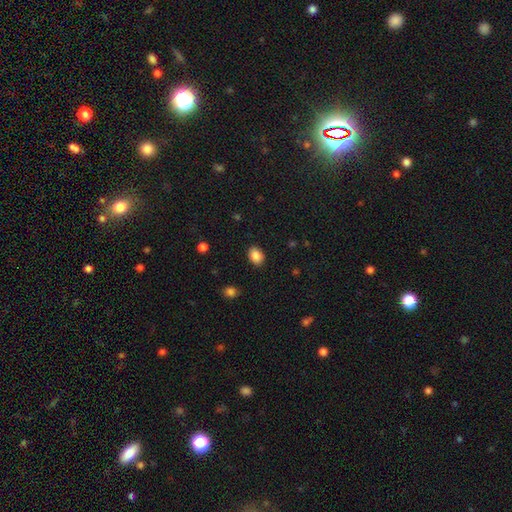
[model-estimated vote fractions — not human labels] A smooth galaxy with no disk features (87%) that is in between round and cigar-shaped (70%).

Vote fractions:
- Smooth or featured? smooth: 87% / star or artifact: 9% / featured or disk: 4%
- How rounded? in between: 70% / round: 29% / cigar-shaped: 1%
- Merging? none: 88% / minor disturbance: 9% / major disturbance: 2% / merger: 1%